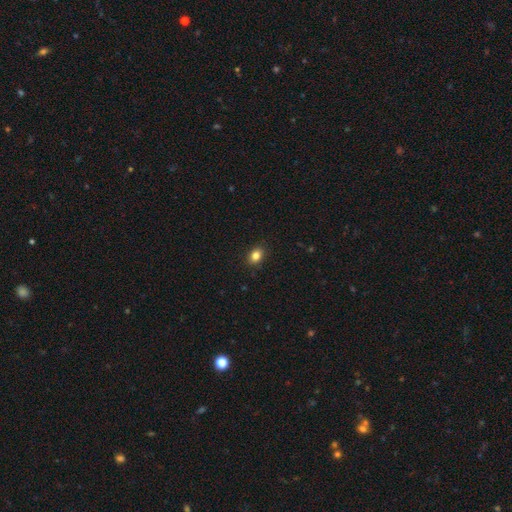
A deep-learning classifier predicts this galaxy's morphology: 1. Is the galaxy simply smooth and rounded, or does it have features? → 84% smooth, 11% star or artifact, 6% featured or disk.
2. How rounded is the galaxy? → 63% in between, 36% round, 1% cigar-shaped.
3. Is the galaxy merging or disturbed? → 89% none, 8% minor disturbance, 2% major disturbance, 1% merger.